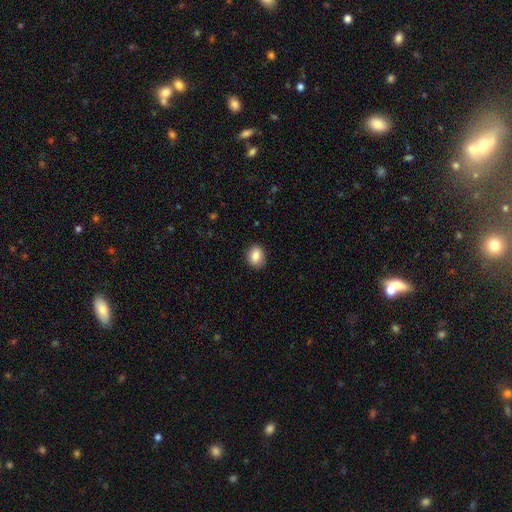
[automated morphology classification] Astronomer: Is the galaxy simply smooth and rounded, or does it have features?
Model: smooth — 84%.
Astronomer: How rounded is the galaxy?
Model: in between — 55% (runner-up: round, 44%).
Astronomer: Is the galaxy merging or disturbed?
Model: none — 87%.